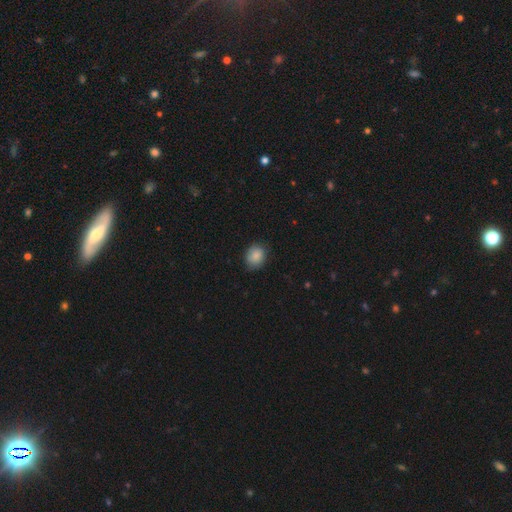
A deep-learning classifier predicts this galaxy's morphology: This is clearly a smooth galaxy (87%). How rounded: possibly round (57%). Merging: likely none (80%).